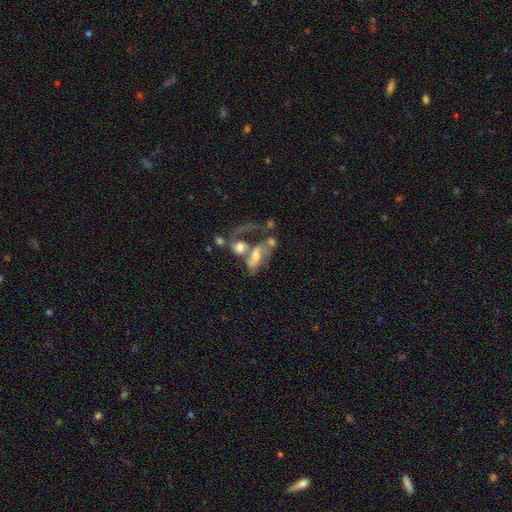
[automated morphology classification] Overall: featured or disk (58%; smooth 32%). Edge-on disk: no (94%). Bar: no (61%; weak 28%). Spiral arms: yes (60%; no 40%). Bulge size: moderate (46%; small 22%). Merging: merger (57%; major disturbance 25%).